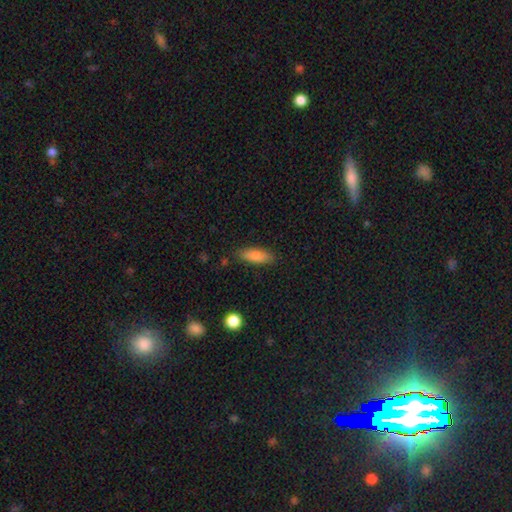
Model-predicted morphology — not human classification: smooth-or-featured: smooth: 81% | featured or disk: 11% | star or artifact: 7%
  how-rounded: in between: 58% | cigar-shaped: 40% | round: 2%
  merging: none: 85% | minor disturbance: 11% | major disturbance: 2% | merger: 2%